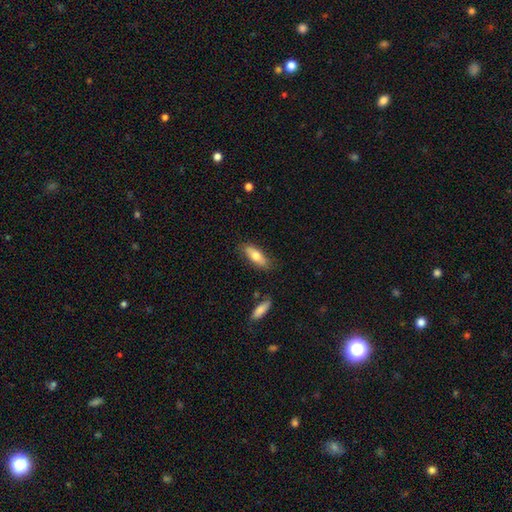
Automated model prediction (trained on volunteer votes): Overall: smooth (69%). How rounded: in between (60%; cigar-shaped 37%). Merging: none (81%).